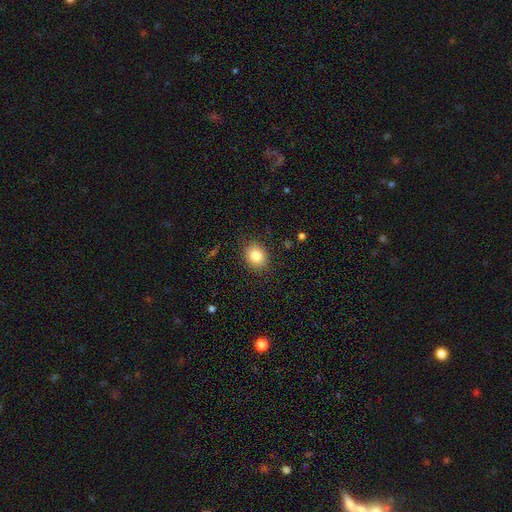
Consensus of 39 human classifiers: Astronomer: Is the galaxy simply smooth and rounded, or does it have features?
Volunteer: smooth — 95%.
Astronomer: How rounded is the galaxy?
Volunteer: round — 70%.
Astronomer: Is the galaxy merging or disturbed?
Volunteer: none — 89%.